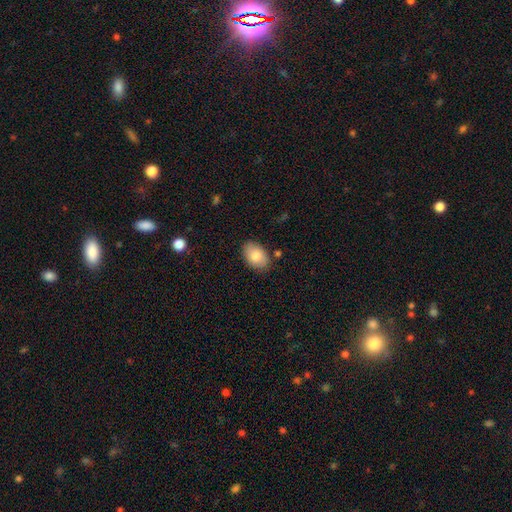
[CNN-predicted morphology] Smooth or featured? smooth (84%)
How rounded? in between (89%)
Merging? none (82%)